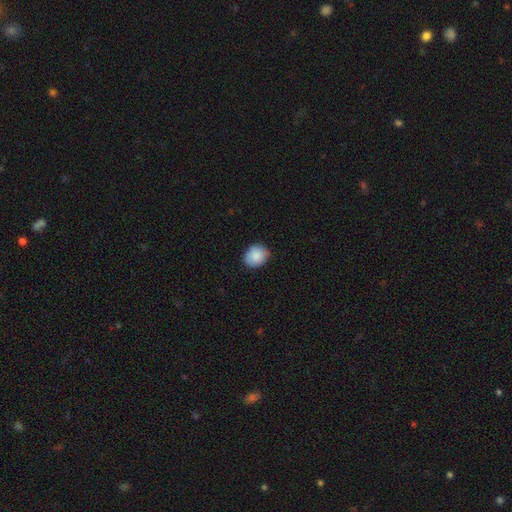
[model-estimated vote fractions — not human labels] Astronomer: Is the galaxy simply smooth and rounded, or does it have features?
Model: smooth — 89%.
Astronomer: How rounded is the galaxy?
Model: round — 60% (runner-up: in between, 39%).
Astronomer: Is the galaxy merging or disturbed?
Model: none — 84%.